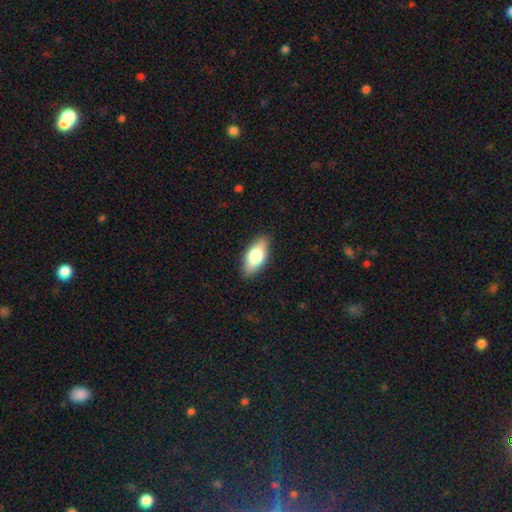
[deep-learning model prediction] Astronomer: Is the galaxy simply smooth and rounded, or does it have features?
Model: smooth — 73%.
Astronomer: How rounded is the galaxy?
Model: in between — 87%.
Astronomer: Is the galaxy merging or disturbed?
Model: none — 88%.